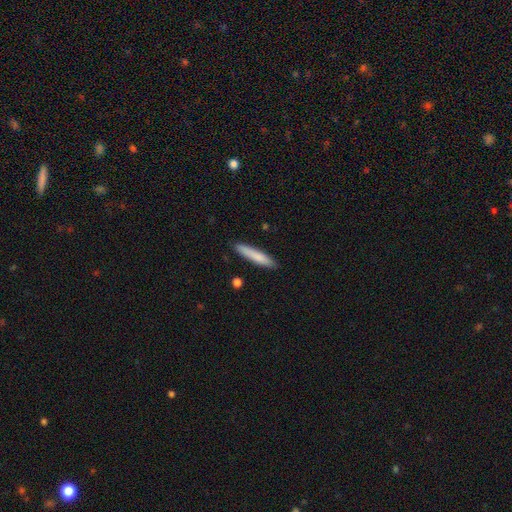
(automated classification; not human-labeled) This appears to be a smooth galaxy with no disk features (81%) that is cigar-shaped (91%). Merging: none (88%).